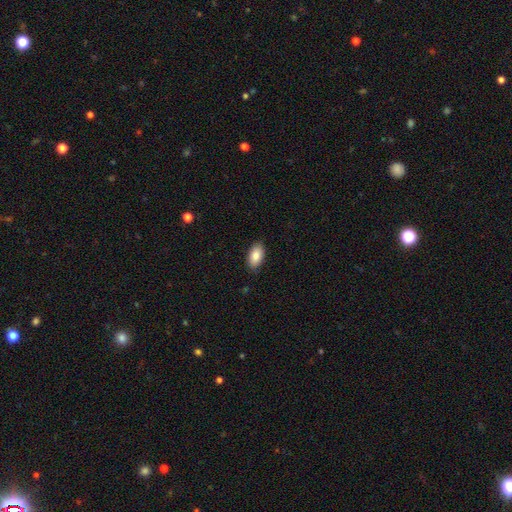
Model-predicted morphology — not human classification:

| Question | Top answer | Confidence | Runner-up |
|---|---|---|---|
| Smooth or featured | smooth | 86% | featured or disk (8%) |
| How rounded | in between | 94% | round (4%) |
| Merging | none | 86% | minor disturbance (10%) |